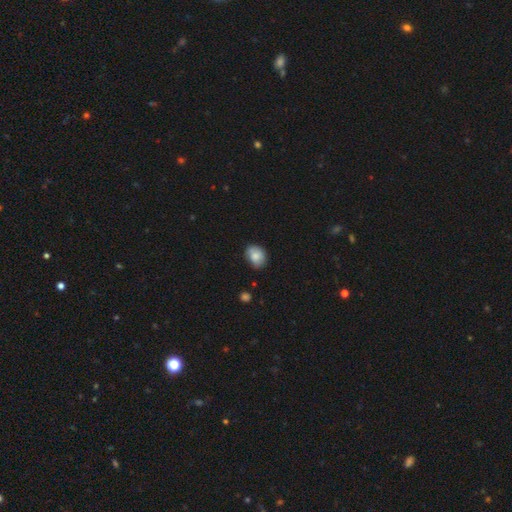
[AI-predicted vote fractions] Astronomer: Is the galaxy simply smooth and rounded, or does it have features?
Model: smooth — 79%.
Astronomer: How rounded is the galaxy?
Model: in between — 53% (runner-up: round, 46%).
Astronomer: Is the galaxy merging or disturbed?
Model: none — 67%.